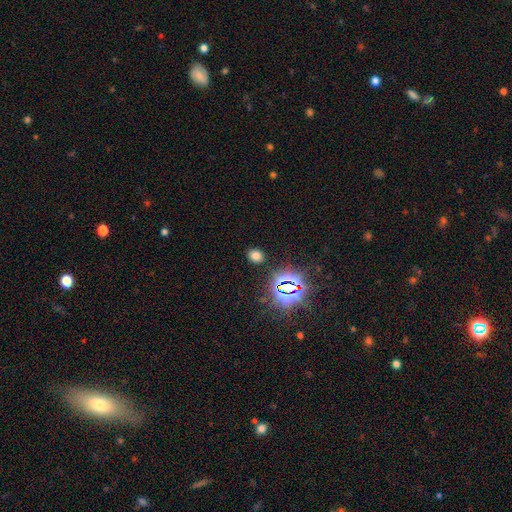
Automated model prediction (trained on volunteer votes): Morphology: type=smooth (68%); roundness=round (49%, tied with in between); merging=none (87%).